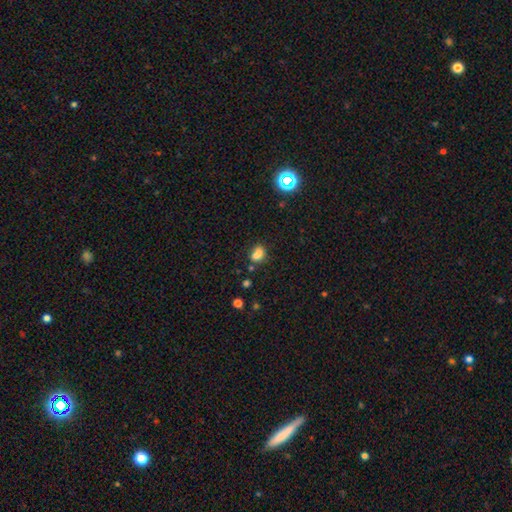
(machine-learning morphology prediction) A smooth galaxy with no disk features (75%) that is in between round and cigar-shaped (63%).

Vote fractions:
- Smooth or featured? smooth: 75% / star or artifact: 15% / featured or disk: 10%
- How rounded? in between: 63% / round: 34% / cigar-shaped: 3%
- Merging? none: 47% / merger: 28% / minor disturbance: 18% / major disturbance: 7%